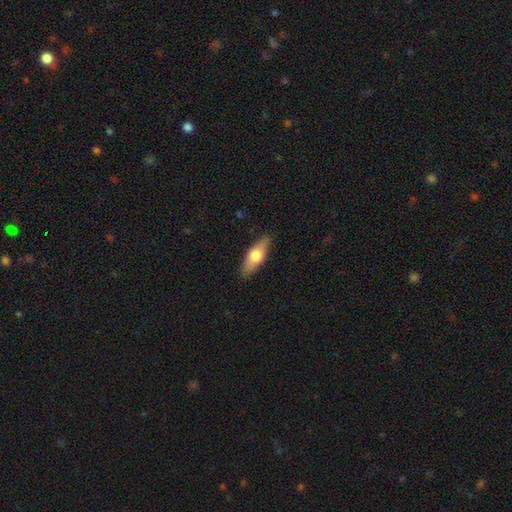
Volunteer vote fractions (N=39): Smooth or featured?
  - smooth: 49% *
  - featured or disk: 46%
  - star or artifact: 5%
How rounded?
  - cigar-shaped: 58% *
  - in between: 42%
  - round: 0%
Merging?
  - none: 84% *
  - minor disturbance: 11%
  - major disturbance: 5%
  - merger: 0%